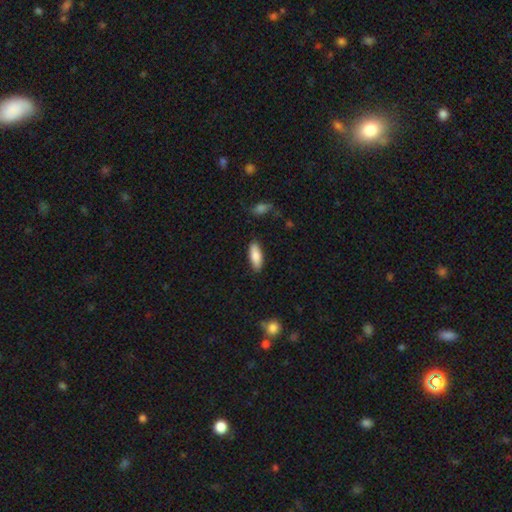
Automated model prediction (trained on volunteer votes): Smooth or featured? smooth (84%)
How rounded? in between (71%)
Merging? none (86%)